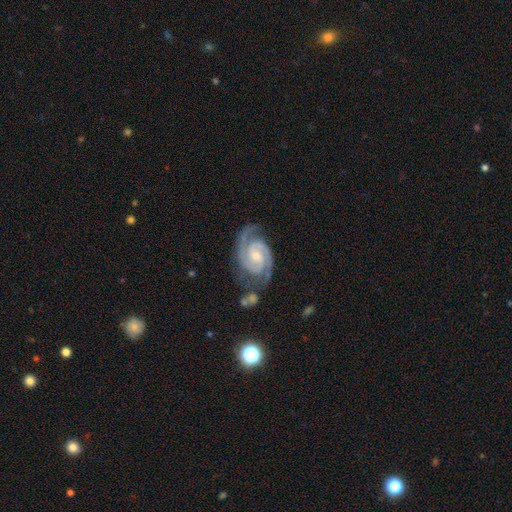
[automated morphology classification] smooth-or-featured: featured or disk: 93% | star or artifact: 4% | smooth: 3%
  disk-edge-on: no: 98% | yes: 2%
    bar: no: 50% | weak: 39% | strong: 10%
    has-spiral-arms: yes: 99% | no: 1%
      spiral-winding: tight: 59% | medium: 37% | loose: 4%
      spiral-arm-count: 2: 90% | 3: 4% | can't tell: 2% | 1: 1% | 4: 1% | more than 4: 1%
    bulge-size: moderate: 49% | small: 42% | none: 5% | large: 3% | dominant: 1%
  merging: none: 73% | minor disturbance: 17% | major disturbance: 6% | merger: 4%